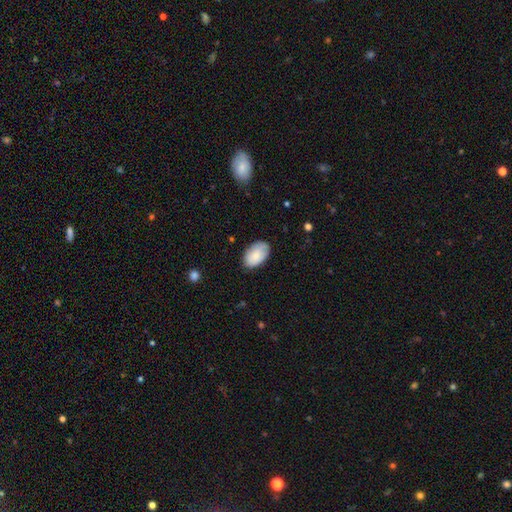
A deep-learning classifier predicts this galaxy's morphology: Smooth or featured? Predicted: smooth (p=0.81). How rounded? Predicted: in between (p=0.93). Merging? Predicted: none (p=0.79).